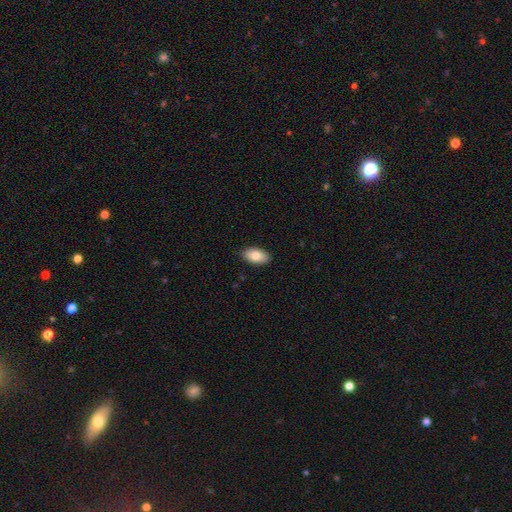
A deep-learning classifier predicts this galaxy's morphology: Q: Smooth or featured?
A: smooth (83%); runner-up: featured or disk (10%)
Q: How rounded?
A: in between (94%); runner-up: round (3%)
Q: Merging?
A: none (88%); runner-up: minor disturbance (9%)